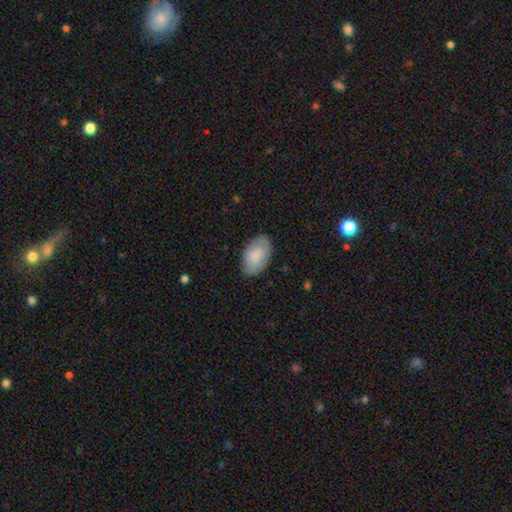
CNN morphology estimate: Smooth or featured? Predicted: smooth (p=0.73). How rounded? Predicted: in between (p=0.94). Merging? Predicted: none (p=0.81).